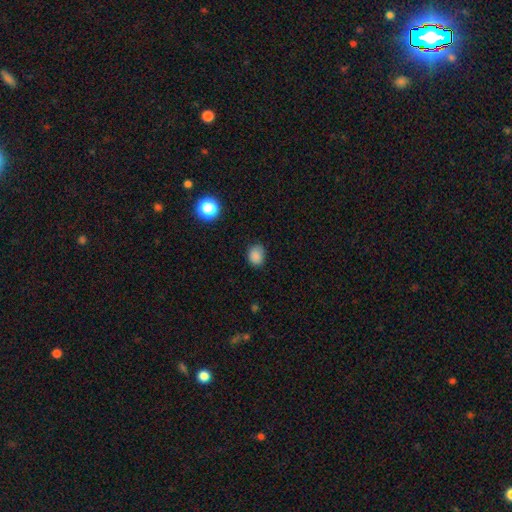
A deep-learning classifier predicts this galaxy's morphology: Q: Smooth or featured?
A: smooth (84%); runner-up: star or artifact (12%)
Q: How rounded?
A: round (56%); runner-up: in between (43%)
Q: Merging?
A: none (76%); runner-up: minor disturbance (19%)